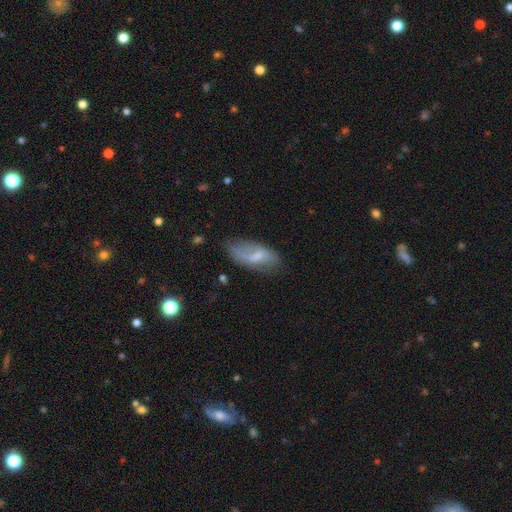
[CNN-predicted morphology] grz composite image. It shows a smooth galaxy with no disk features (50%) that is in between round and cigar-shaped (85%). Merging: none (52%).